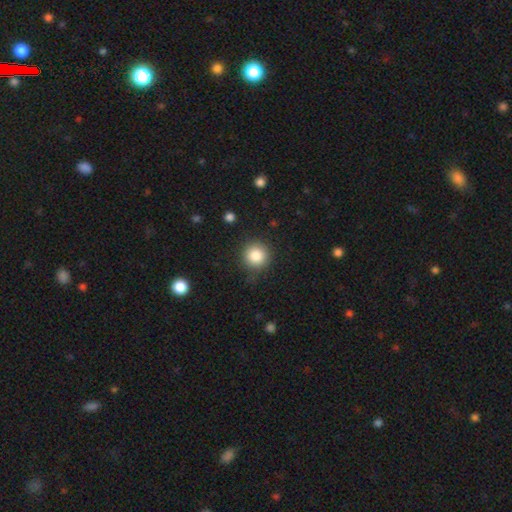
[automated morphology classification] Smooth or featured?
  - smooth: 84% *
  - star or artifact: 10%
  - featured or disk: 6%
How rounded?
  - round: 93% *
  - in between: 6%
  - cigar-shaped: 1%
Merging?
  - none: 84% *
  - minor disturbance: 11%
  - major disturbance: 3%
  - merger: 2%